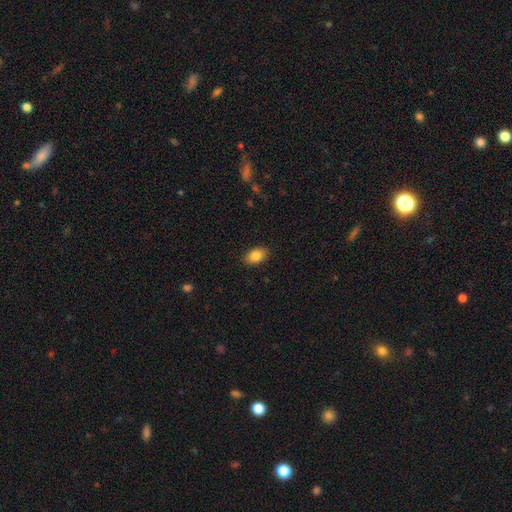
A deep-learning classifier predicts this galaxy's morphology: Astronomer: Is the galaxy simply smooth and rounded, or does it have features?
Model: smooth — 85%.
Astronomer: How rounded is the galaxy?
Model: in between — 88%.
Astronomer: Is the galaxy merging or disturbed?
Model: none — 88%.